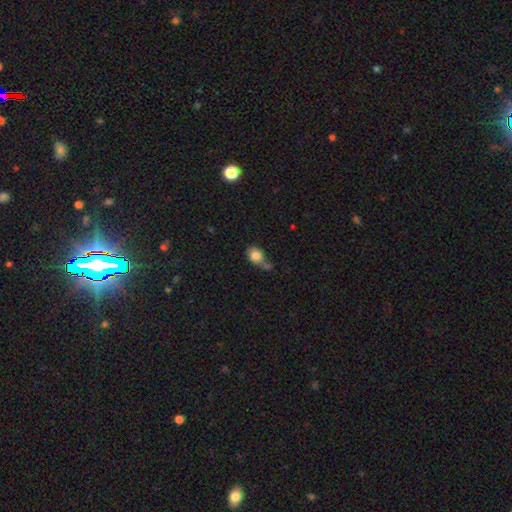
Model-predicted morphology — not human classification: Smooth or featured?
  - smooth: 81% *
  - featured or disk: 10%
  - star or artifact: 9%
How rounded?
  - in between: 62% *
  - round: 37%
  - cigar-shaped: 2%
Merging?
  - none: 39% *
  - merger: 28%
  - minor disturbance: 23%
  - major disturbance: 10%